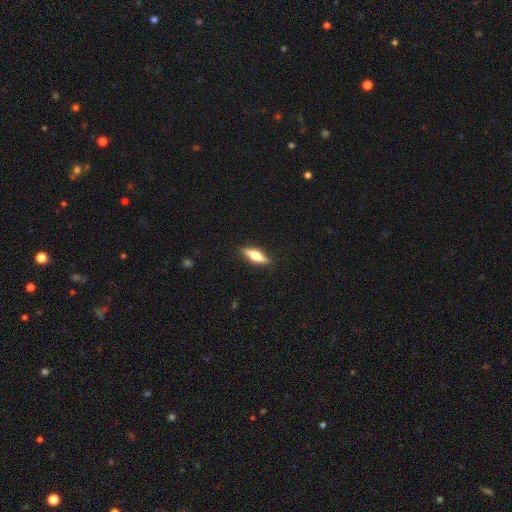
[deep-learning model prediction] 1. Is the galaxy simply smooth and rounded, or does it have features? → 48% featured or disk, 46% smooth, 6% star or artifact.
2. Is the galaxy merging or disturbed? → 88% none, 9% minor disturbance, 2% major disturbance, 1% merger.